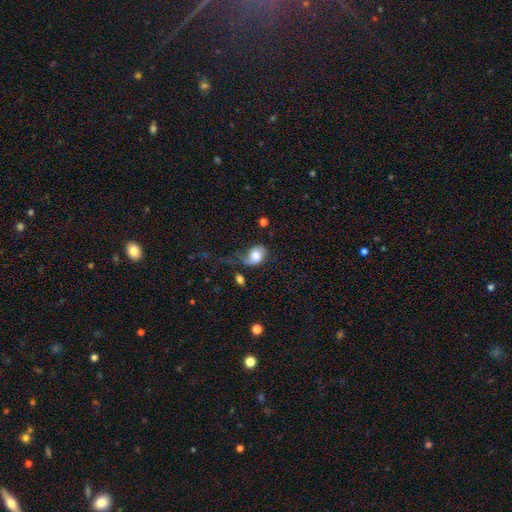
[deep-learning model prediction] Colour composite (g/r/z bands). It shows a smooth galaxy with no disk features (56%) that is in between round and cigar-shaped (68%). Merging: major disturbance (34%).